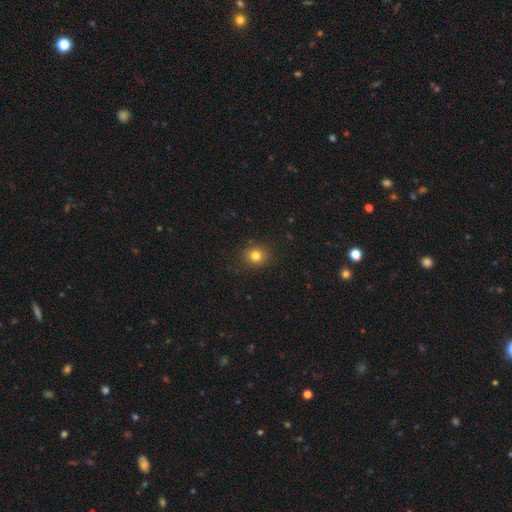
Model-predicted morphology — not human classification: Q: Smooth or featured?
A: smooth (80%); runner-up: star or artifact (14%)
Q: How rounded?
A: round (83%); runner-up: in between (16%)
Q: Merging?
A: none (89%); runner-up: minor disturbance (8%)